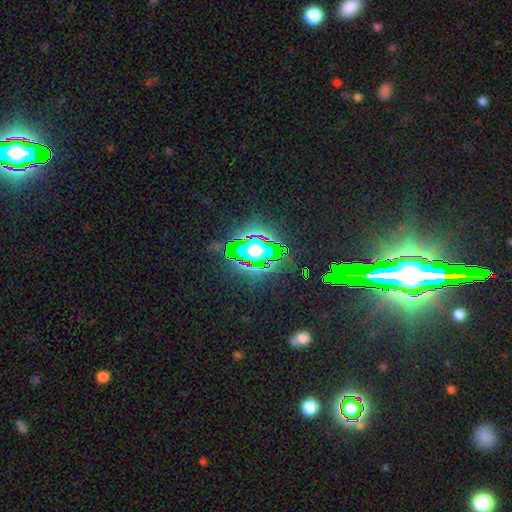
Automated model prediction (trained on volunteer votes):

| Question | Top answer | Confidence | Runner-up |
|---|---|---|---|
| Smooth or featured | star or artifact | 81% | smooth (9%) |